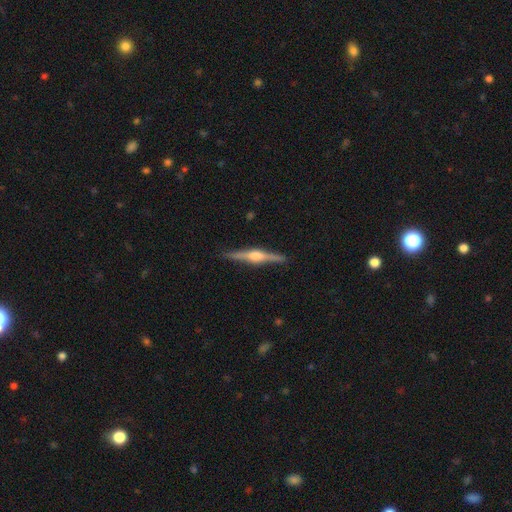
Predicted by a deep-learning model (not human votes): Smooth or featured? featured or disk (80%)
Edge-on disk? yes (98%)
Edge-on bulge? rounded (88%)
Merging? none (91%)